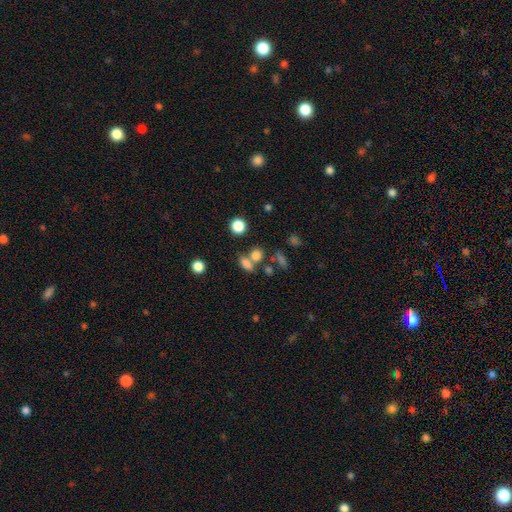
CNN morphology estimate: A smooth galaxy with no disk features (74%) that is in between round and cigar-shaped (50%). Merging: none (52%).